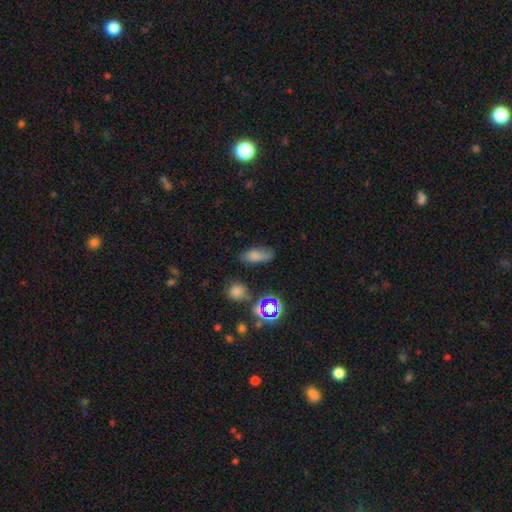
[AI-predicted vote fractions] smooth_or_featured: smooth (p=0.73) [alt: star or artifact p=0.16]
how_rounded: in between (p=0.73) [alt: cigar-shaped p=0.18]
merging: none (p=0.70) [alt: minor disturbance p=0.19]